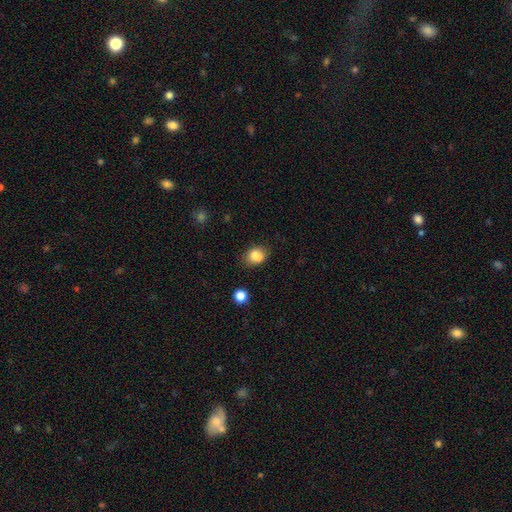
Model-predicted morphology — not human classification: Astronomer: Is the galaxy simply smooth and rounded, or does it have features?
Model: smooth — 82%.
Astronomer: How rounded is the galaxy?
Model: in between — 58% (runner-up: round, 41%).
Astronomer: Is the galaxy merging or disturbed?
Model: none — 68%.